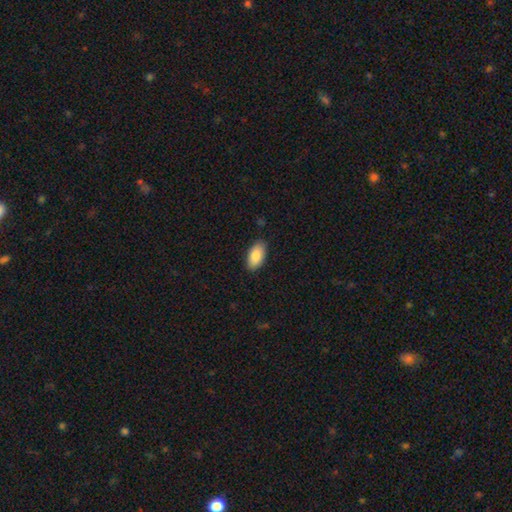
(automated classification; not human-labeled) A smooth galaxy with no disk features (87%) that is in between round and cigar-shaped (94%).

Vote fractions:
- Smooth or featured? smooth: 87% / featured or disk: 7% / star or artifact: 6%
- How rounded? in between: 94% / cigar-shaped: 4% / round: 2%
- Merging? none: 88% / minor disturbance: 9% / major disturbance: 2% / merger: 1%